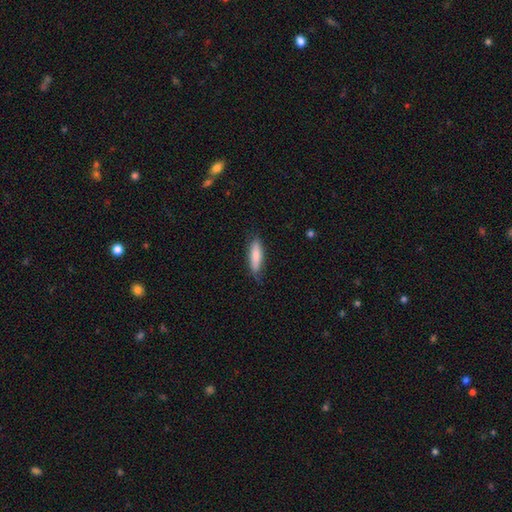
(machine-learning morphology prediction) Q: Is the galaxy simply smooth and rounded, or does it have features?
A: smooth — 82%.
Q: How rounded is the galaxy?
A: cigar-shaped — 61%.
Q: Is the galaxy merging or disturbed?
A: none — 75%.